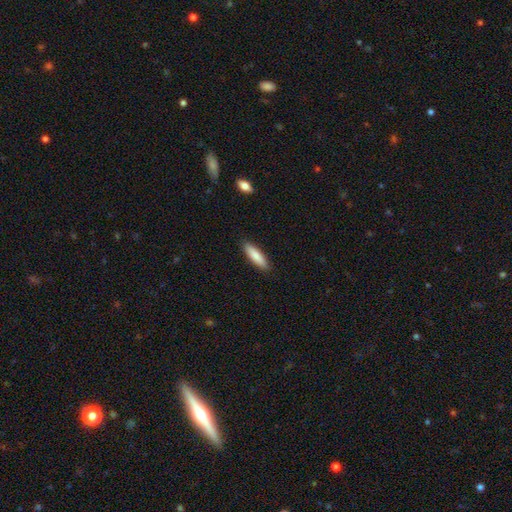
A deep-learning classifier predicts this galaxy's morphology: This appears to be a smooth galaxy with no disk features (83%) that is cigar-shaped (67%). Merging: none (90%).